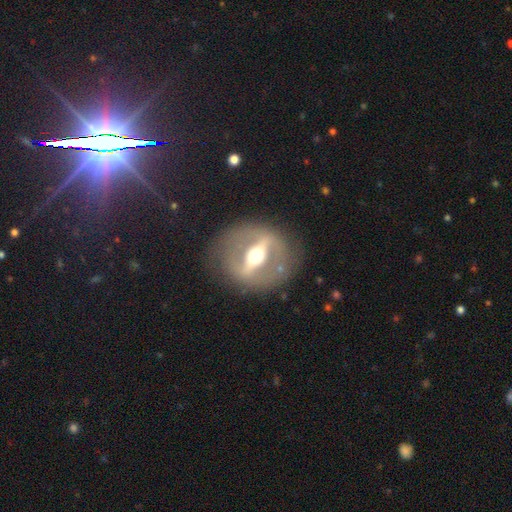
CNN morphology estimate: Smooth or featured? featured or disk (81%)
Edge-on disk? no (72%)
Bar? strong (83%)
Spiral arms? no (75%)
Bulge size? moderate (67%)
Merging? none (79%)